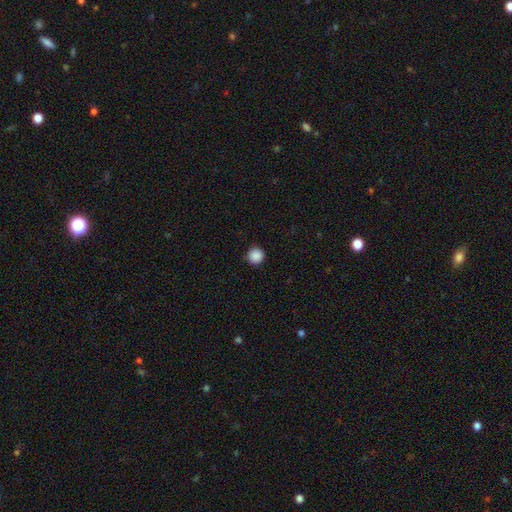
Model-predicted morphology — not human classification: The model was most divided on "smooth or featured": smooth: 88%, star or artifact: 9%, featured or disk: 2%. More confident: how rounded — round (96%); merging — none (91%).